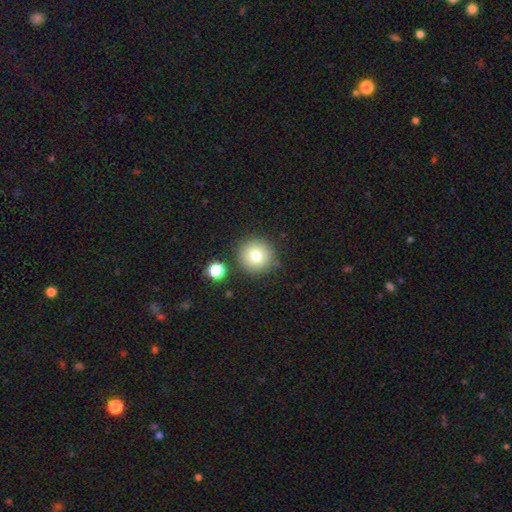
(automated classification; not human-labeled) smooth 76%, star or artifact 12%, featured or disk 12%. Down the decision tree: how rounded — round (95%); merging — none (82%).